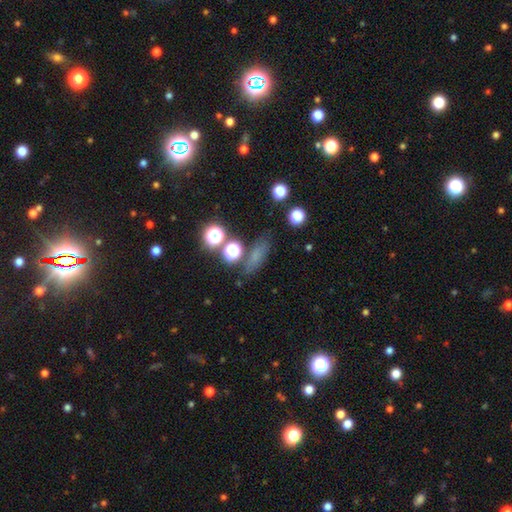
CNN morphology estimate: This is possibly a smooth galaxy (56%). How rounded: possibly in between (46%). Merging: likely none (70%).